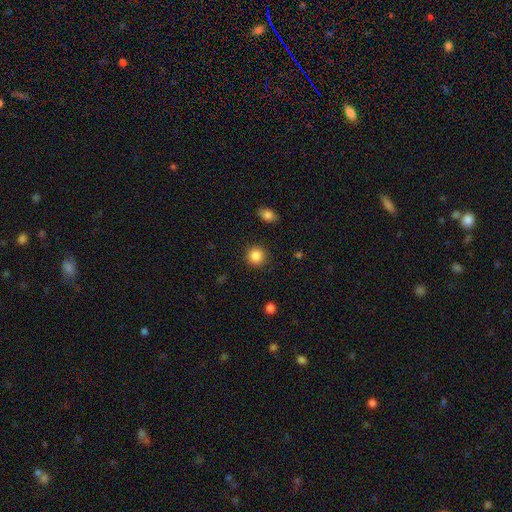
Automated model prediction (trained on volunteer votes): A smooth galaxy with no disk features (87%) that is round (92%).

Vote fractions:
- Smooth or featured? smooth: 87% / star or artifact: 10% / featured or disk: 4%
- How rounded? round: 92% / in between: 7% / cigar-shaped: 1%
- Merging? none: 90% / minor disturbance: 6% / major disturbance: 3% / merger: 1%